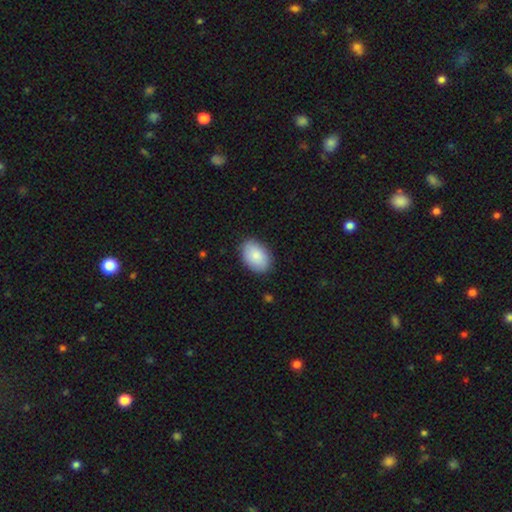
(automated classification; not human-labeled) A smooth galaxy with no disk features (85%) that is in between round and cigar-shaped (87%).

Vote fractions:
- Smooth or featured? smooth: 85% / featured or disk: 9% / star or artifact: 6%
- How rounded? in between: 87% / round: 12% / cigar-shaped: 1%
- Merging? none: 84% / minor disturbance: 12% / major disturbance: 2% / merger: 1%